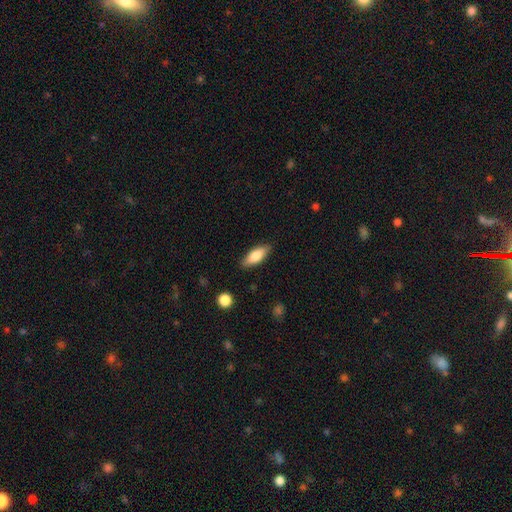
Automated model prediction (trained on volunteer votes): This appears to be a smooth galaxy with no disk features (75%) that is in between round and cigar-shaped (72%). Merging: none (86%).